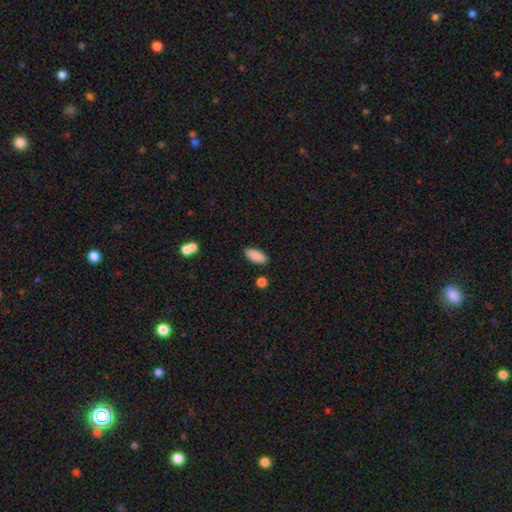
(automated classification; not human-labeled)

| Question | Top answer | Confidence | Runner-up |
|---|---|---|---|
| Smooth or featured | smooth | 89% | star or artifact (7%) |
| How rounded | in between | 88% | cigar-shaped (10%) |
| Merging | none | 87% | minor disturbance (8%) |